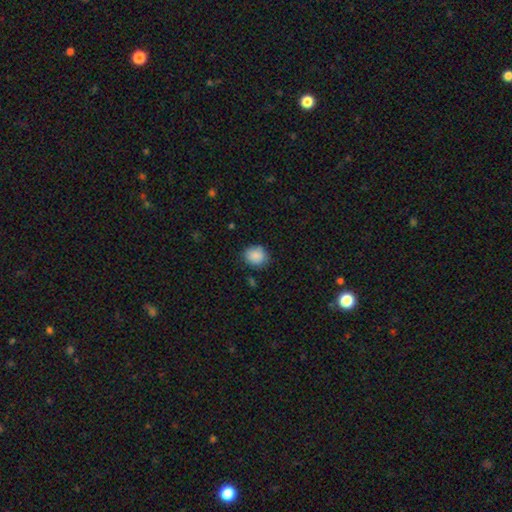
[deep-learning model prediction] Smooth or featured?
  - smooth: 88% *
  - star or artifact: 8%
  - featured or disk: 4%
How rounded?
  - round: 70% *
  - in between: 29%
  - cigar-shaped: 1%
Merging?
  - none: 81% *
  - minor disturbance: 14%
  - major disturbance: 3%
  - merger: 2%